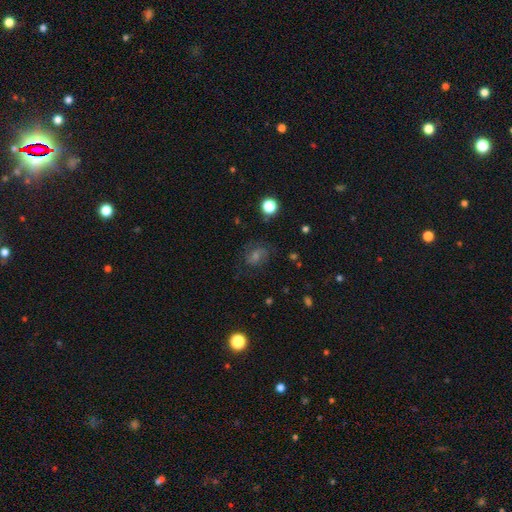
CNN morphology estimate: This is marginally a featured or disk galaxy (42%). Merging: likely none (74%).